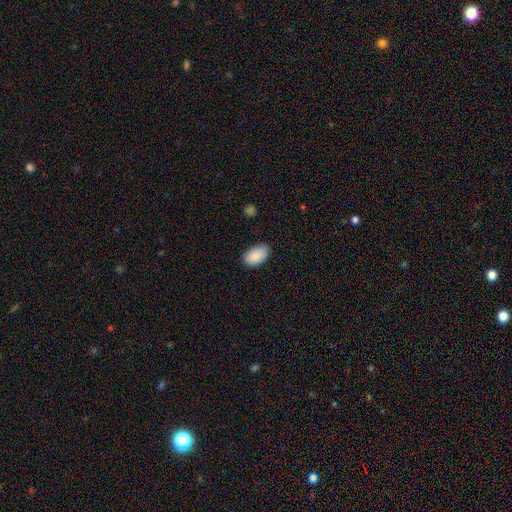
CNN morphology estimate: A smooth galaxy with no disk features (90%) that is in between round and cigar-shaped (93%). Merging: none (78%).